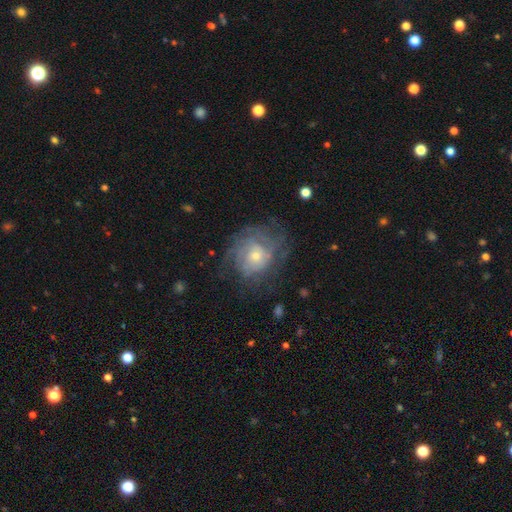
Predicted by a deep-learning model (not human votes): Smooth or featured?
  - featured or disk: 64% *
  - smooth: 26%
  - star or artifact: 10%
Edge-on disk?
  - no: 97% *
  - yes: 3%
Bar?
  - no: 81% *
  - weak: 16%
  - strong: 3%
Spiral arms?
  - yes: 76% *
  - no: 24%
Bulge size?
  - small: 55% *
  - moderate: 38%
  - large: 4%
  - none: 2%
  - dominant: 1%
Merging?
  - none: 63% *
  - minor disturbance: 19%
  - major disturbance: 16%
  - merger: 1%